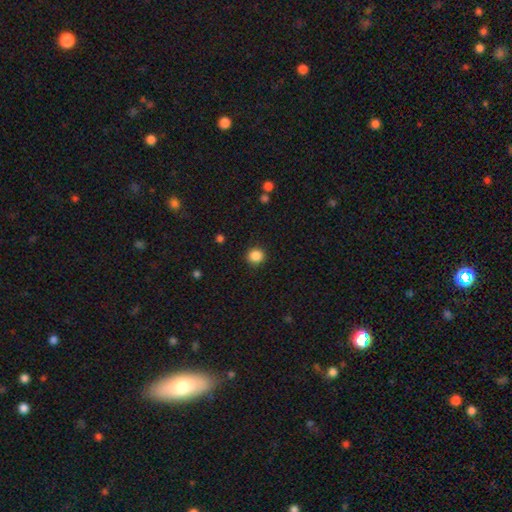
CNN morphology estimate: A smooth galaxy with no disk features (87%) that is round (90%).

Vote fractions:
- Smooth or featured? smooth: 87% / star or artifact: 10% / featured or disk: 3%
- How rounded? round: 90% / in between: 9% / cigar-shaped: 1%
- Merging? none: 91% / minor disturbance: 6% / major disturbance: 2% / merger: 1%